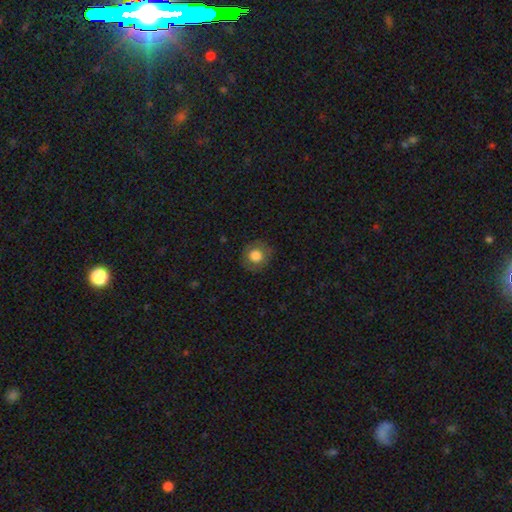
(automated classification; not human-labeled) A smooth galaxy with no disk features (77%) that is round (88%).

Vote fractions:
- Smooth or featured? smooth: 77% / featured or disk: 15% / star or artifact: 9%
- How rounded? round: 88% / in between: 11% / cigar-shaped: 1%
- Merging? none: 86% / minor disturbance: 10% / major disturbance: 3% / merger: 1%